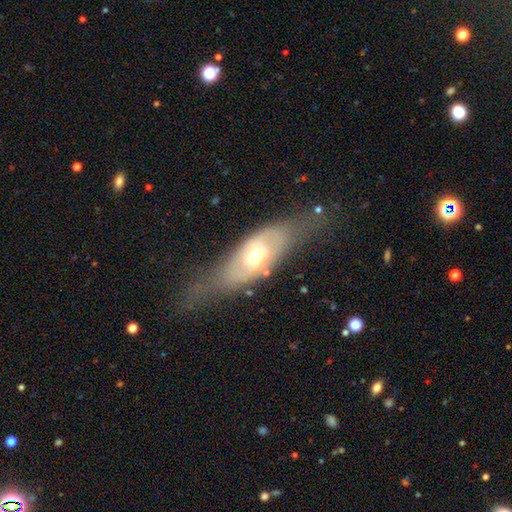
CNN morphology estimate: Smooth or featured: featured or disk — 57% (smooth — 36%)
Edge-on disk: no — 76% (yes — 24%)
Merging: none — 50% (minor disturbance — 25%)